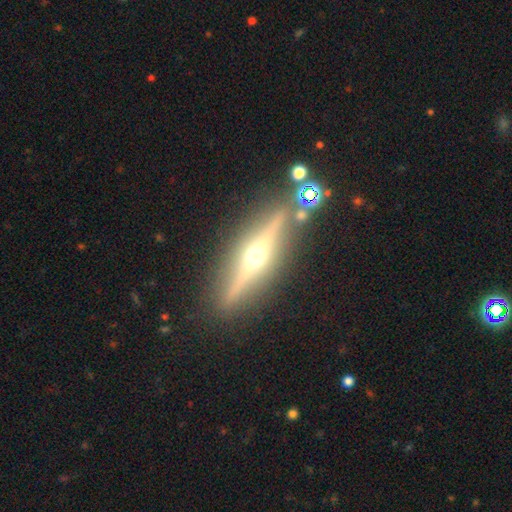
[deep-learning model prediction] The model was most divided on "smooth or featured": featured or disk: 82%, smooth: 12%, star or artifact: 7%. More confident: edge-on disk — yes (96%); edge-on bulge — rounded (95%); merging — none (86%).